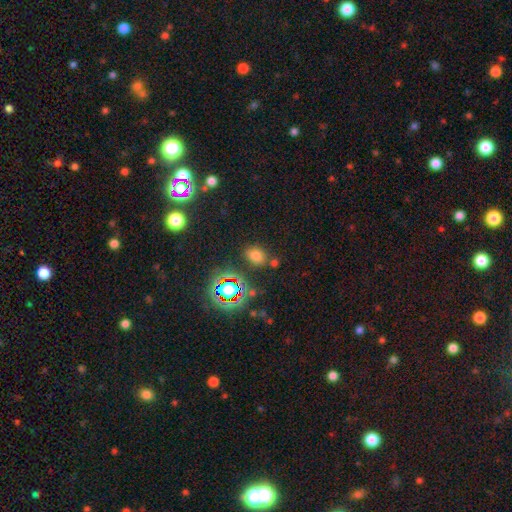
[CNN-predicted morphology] A smooth galaxy with no disk features (66%) that is in between round and cigar-shaped (67%). Merging: none (79%).